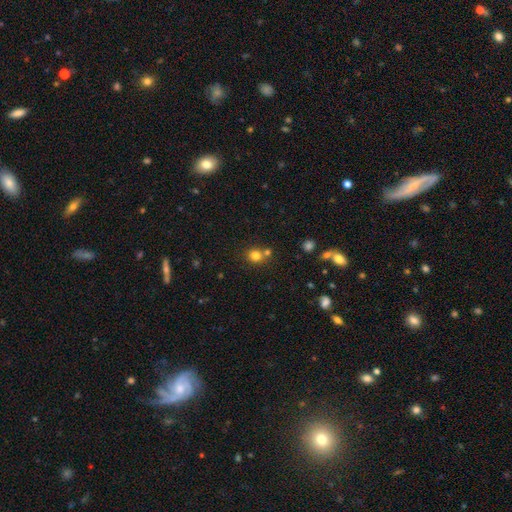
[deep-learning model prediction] A smooth galaxy with no disk features (79%) that is round (84%).

Vote fractions:
- Smooth or featured? smooth: 79% / star or artifact: 14% / featured or disk: 7%
- How rounded? round: 84% / in between: 15% / cigar-shaped: 1%
- Merging? none: 64% / merger: 25% / minor disturbance: 8% / major disturbance: 3%